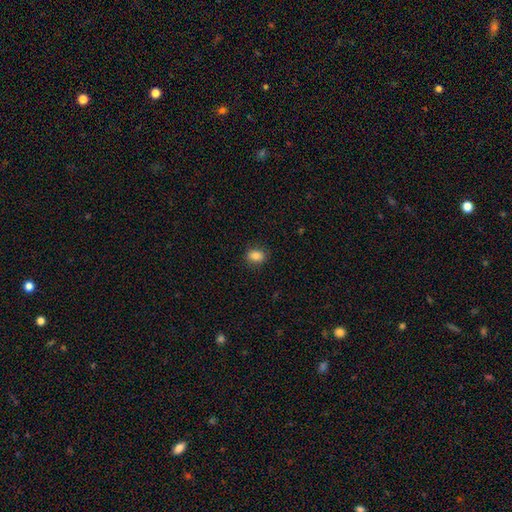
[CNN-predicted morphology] Q: Smooth or featured?
A: smooth (85%); runner-up: star or artifact (10%)
Q: How rounded?
A: in between (63%); runner-up: round (36%)
Q: Merging?
A: none (87%); runner-up: minor disturbance (9%)